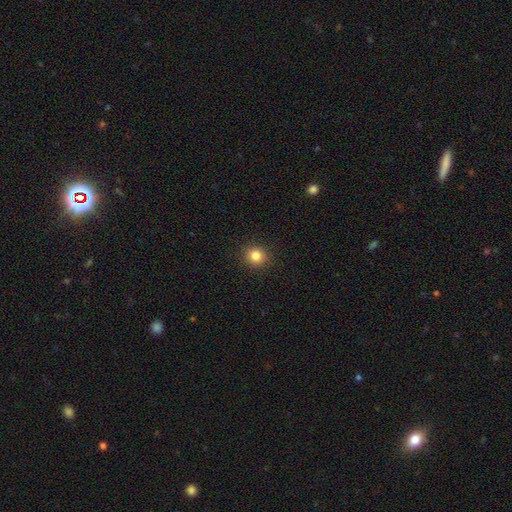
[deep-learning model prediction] Smooth or featured: smooth — 84% (star or artifact — 11%)
How rounded: round — 90% (in between — 9%)
Merging: none — 92% (minor disturbance — 5%)